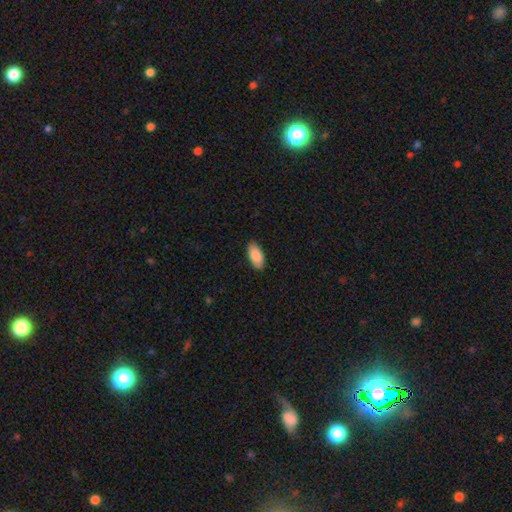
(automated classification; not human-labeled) smooth_or_featured: smooth (p=0.90) [alt: star or artifact p=0.06]
how_rounded: in between (p=0.94) [alt: cigar-shaped p=0.04]
merging: none (p=0.88) [alt: minor disturbance p=0.09]